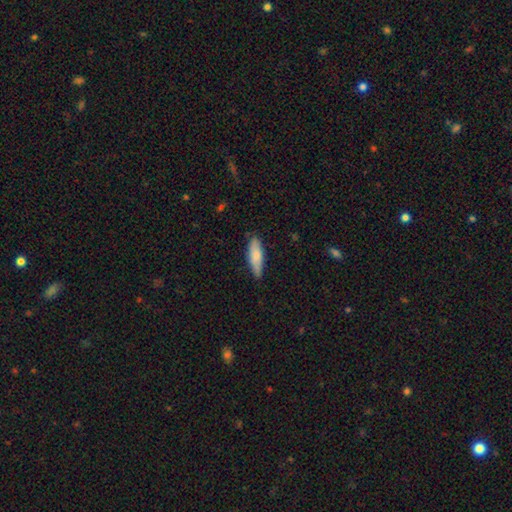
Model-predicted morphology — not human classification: Smooth or featured: smooth — 77% (featured or disk — 17%)
How rounded: cigar-shaped — 53% (in between — 45%)
Merging: none — 76% (minor disturbance — 20%)